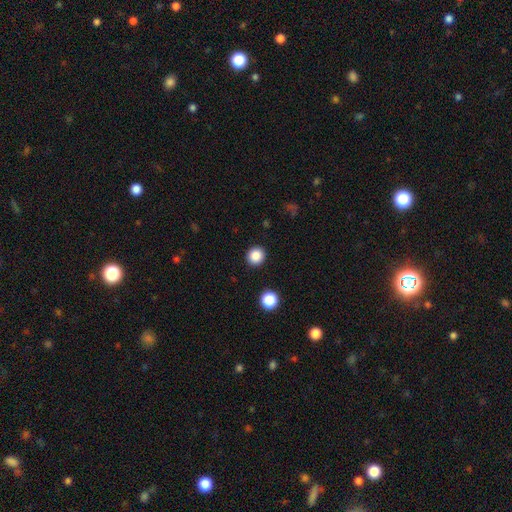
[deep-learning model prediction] This is clearly a smooth galaxy (86%). How rounded: clearly round (91%). Merging: clearly none (91%).